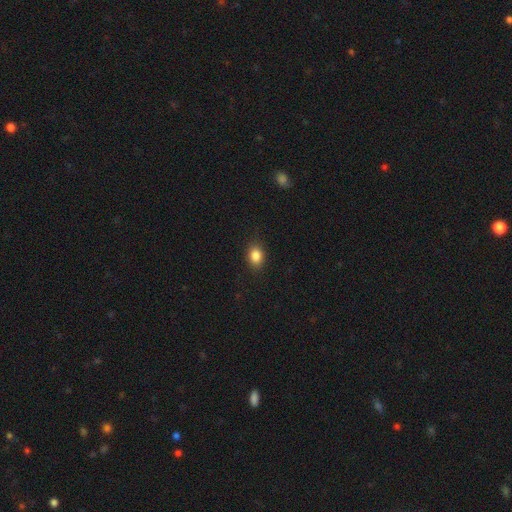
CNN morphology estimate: The model was most divided on "how rounded": in between: 66%, round: 33%, cigar-shaped: 1%. More confident: merging — none (87%); smooth or featured — smooth (86%).